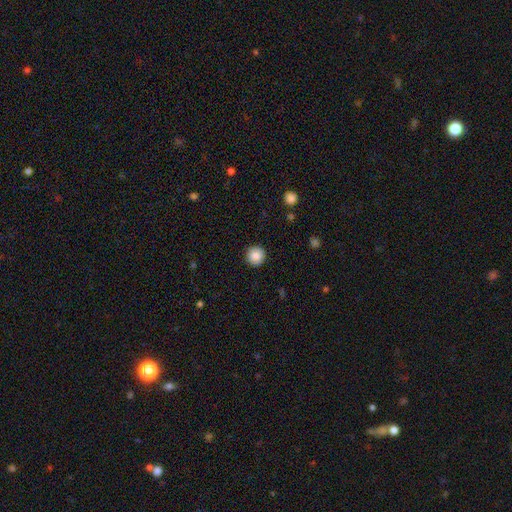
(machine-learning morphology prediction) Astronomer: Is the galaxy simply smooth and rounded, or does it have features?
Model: smooth — 86%.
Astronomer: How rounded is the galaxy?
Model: round — 95%.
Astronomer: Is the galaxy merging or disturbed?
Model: none — 92%.